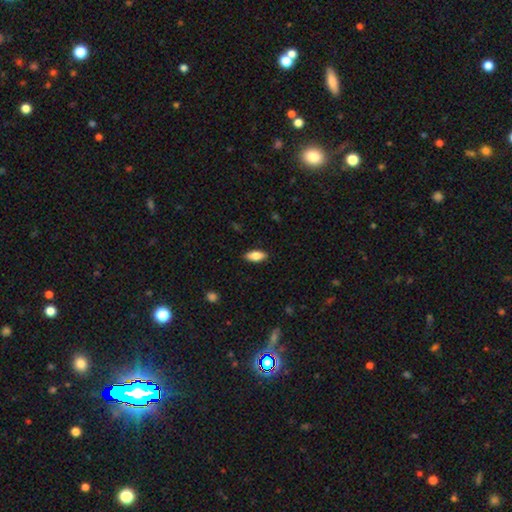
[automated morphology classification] This appears to be a smooth galaxy with no disk features (80%) that is in between round and cigar-shaped (86%). Merging: none (88%).